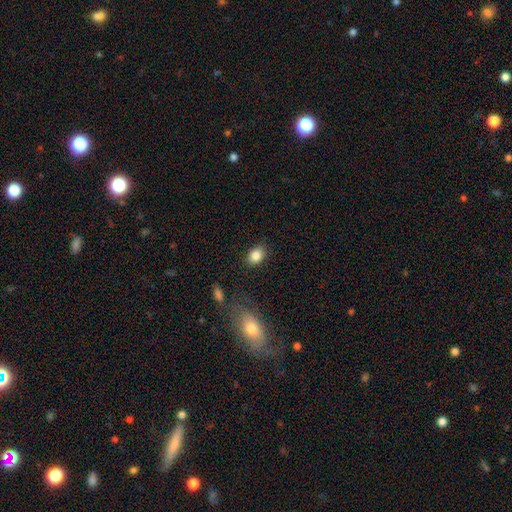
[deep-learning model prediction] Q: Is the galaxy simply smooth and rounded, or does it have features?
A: smooth — 85%.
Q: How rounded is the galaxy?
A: in between — 71%.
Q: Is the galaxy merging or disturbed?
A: none — 85%.